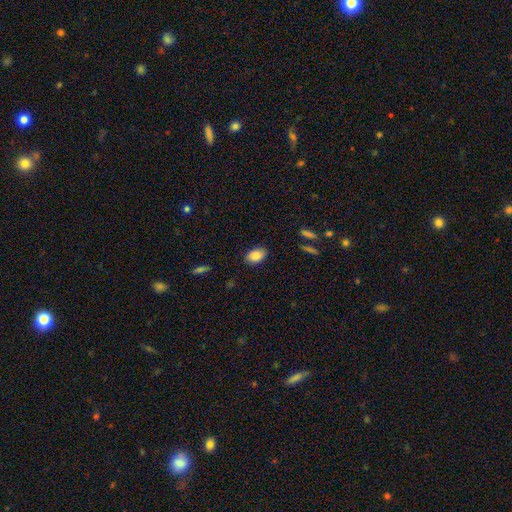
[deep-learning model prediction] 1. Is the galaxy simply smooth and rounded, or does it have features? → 86% smooth, 8% star or artifact, 6% featured or disk.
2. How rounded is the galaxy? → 89% in between, 10% round, 1% cigar-shaped.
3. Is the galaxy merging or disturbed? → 86% none, 10% minor disturbance, 2% major disturbance, 1% merger.